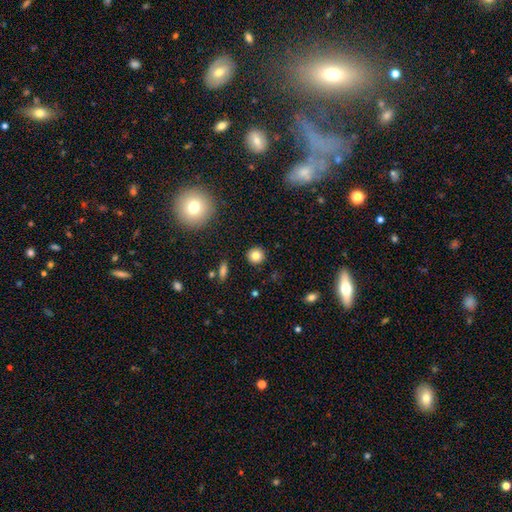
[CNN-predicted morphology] smooth_or_featured: smooth (p=0.82) [alt: star or artifact p=0.11]
how_rounded: round (p=0.92) [alt: in between p=0.07]
merging: none (p=0.91) [alt: minor disturbance p=0.06]